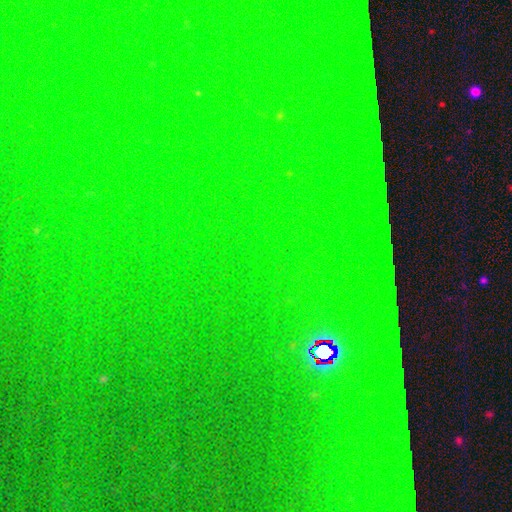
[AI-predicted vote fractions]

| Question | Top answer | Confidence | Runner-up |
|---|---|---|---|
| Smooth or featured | star or artifact | 82% | smooth (10%) |